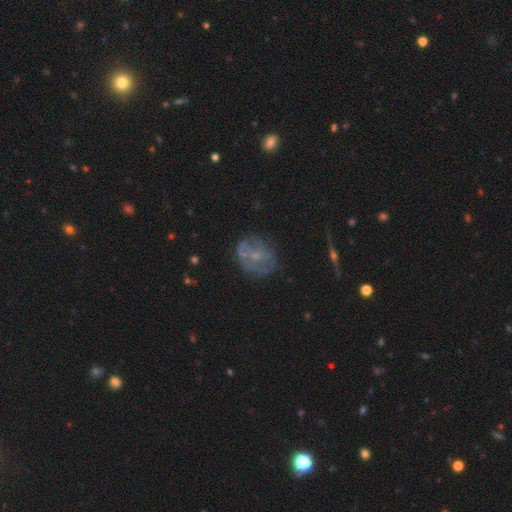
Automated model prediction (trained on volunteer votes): The model was most divided on "spiral arms": no: 55%, yes: 45%. More confident: edge-on disk — no (94%); bulge size — small (63%); merging — none (62%); smooth or featured — featured or disk (58%); bar — no (54%).